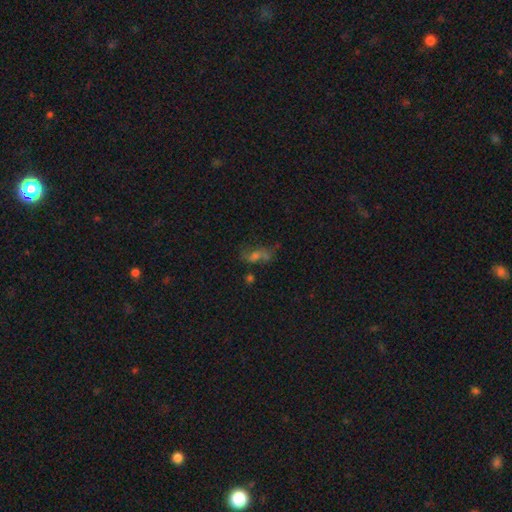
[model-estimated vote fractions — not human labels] A smooth galaxy with no disk features (39%). Merging: none (44%).